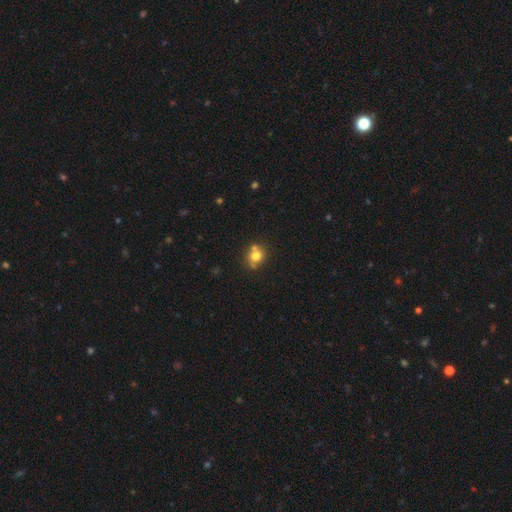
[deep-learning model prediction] This appears to be a smooth galaxy with no disk features (74%) that is round (74%). Merging: none (57%).